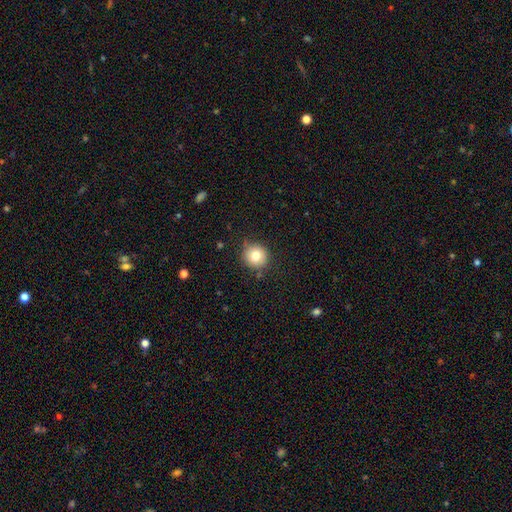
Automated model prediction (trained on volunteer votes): Smooth or featured?
  - smooth: 78% *
  - star or artifact: 11%
  - featured or disk: 10%
How rounded?
  - round: 93% *
  - in between: 6%
  - cigar-shaped: 1%
Merging?
  - none: 85% *
  - minor disturbance: 11%
  - major disturbance: 3%
  - merger: 2%